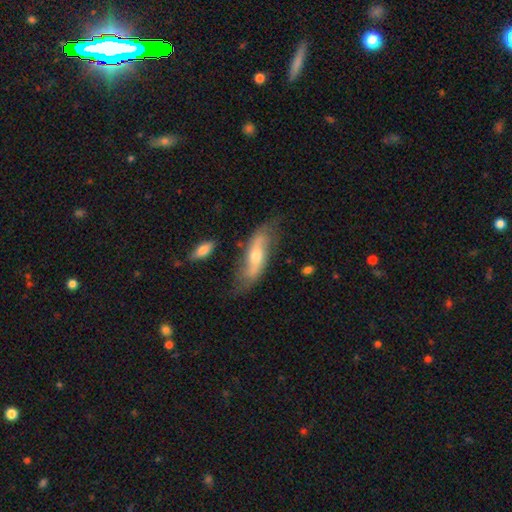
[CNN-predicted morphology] Smooth or featured: featured or disk — 63% (smooth — 30%)
Edge-on disk: no — 73% (yes — 27%)
Merging: none — 63% (minor disturbance — 24%)